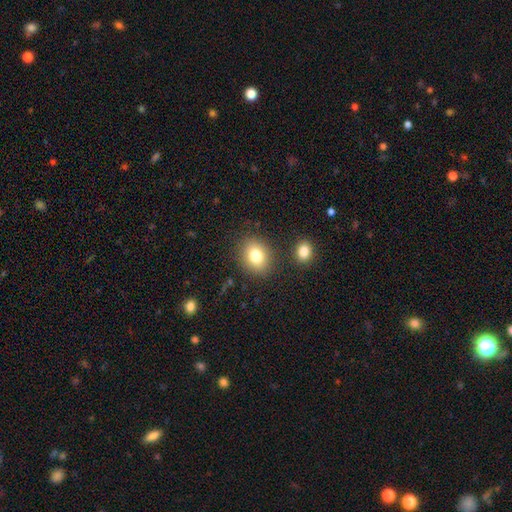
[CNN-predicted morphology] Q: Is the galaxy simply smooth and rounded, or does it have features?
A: smooth — 80%.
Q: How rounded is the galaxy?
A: round — 53%.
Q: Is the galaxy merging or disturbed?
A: none — 83%.